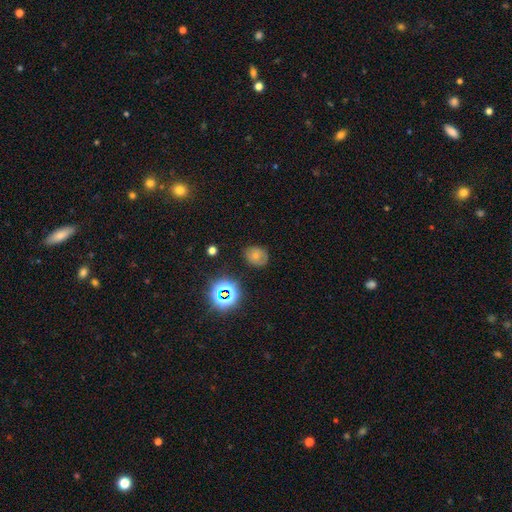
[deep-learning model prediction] The model was most divided on "how rounded": round: 60%, in between: 39%, cigar-shaped: 1%. More confident: merging — none (73%); smooth or featured — smooth (58%).